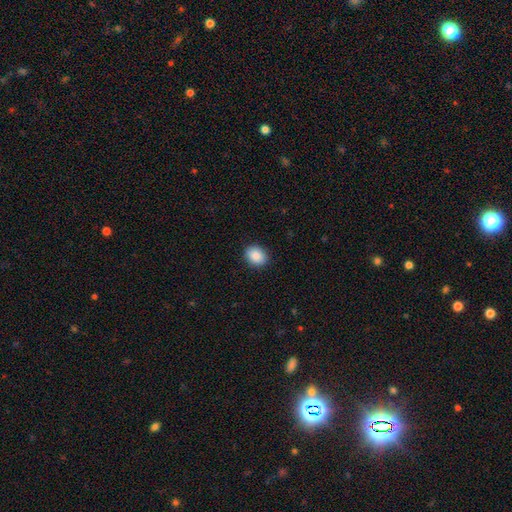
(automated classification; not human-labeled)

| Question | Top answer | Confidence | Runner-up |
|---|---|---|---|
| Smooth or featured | smooth | 89% | star or artifact (8%) |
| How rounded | round | 52% | in between (47%) |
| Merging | none | 90% | minor disturbance (8%) |